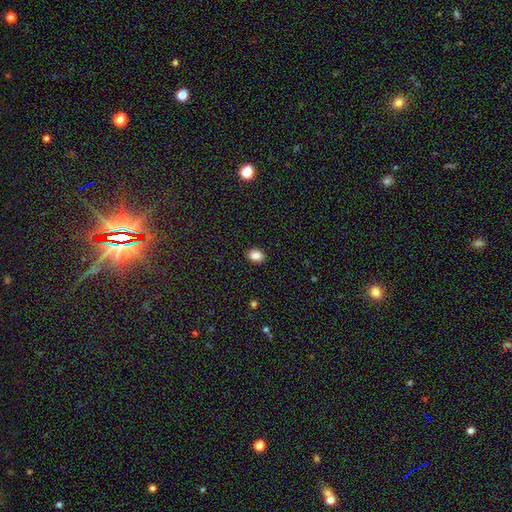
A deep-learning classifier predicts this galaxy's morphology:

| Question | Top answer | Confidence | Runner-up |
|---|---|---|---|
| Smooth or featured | smooth | 87% | star or artifact (9%) |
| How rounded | in between | 72% | round (27%) |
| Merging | none | 89% | minor disturbance (8%) |